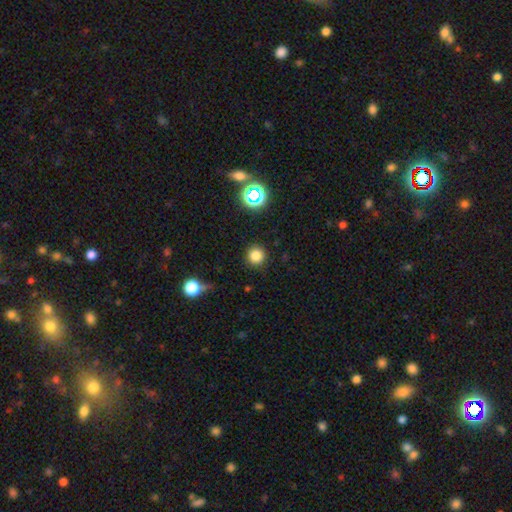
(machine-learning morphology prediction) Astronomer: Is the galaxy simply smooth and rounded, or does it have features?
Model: smooth — 80%.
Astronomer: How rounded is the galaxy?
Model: round — 94%.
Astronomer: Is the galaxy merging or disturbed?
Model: none — 89%.